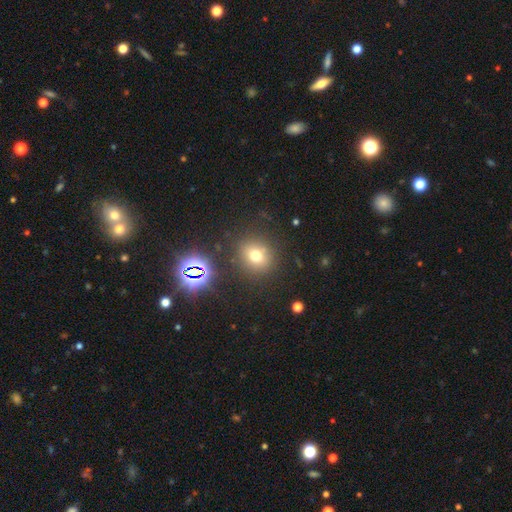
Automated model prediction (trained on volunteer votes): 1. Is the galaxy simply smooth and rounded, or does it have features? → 68% smooth, 21% star or artifact, 10% featured or disk.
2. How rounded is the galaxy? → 80% round, 19% in between, 1% cigar-shaped.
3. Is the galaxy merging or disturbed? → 83% none, 9% minor disturbance, 4% merger, 4% major disturbance.